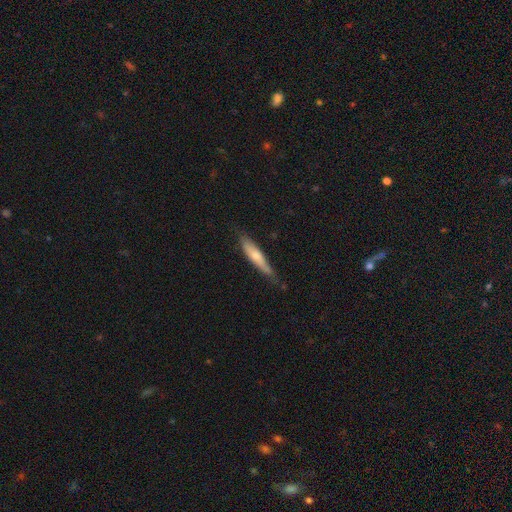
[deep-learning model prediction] Smooth or featured?
  - smooth: 61% *
  - featured or disk: 34%
  - star or artifact: 5%
How rounded?
  - cigar-shaped: 86% *
  - in between: 13%
  - round: 1%
Merging?
  - none: 70% *
  - minor disturbance: 24%
  - major disturbance: 4%
  - merger: 2%